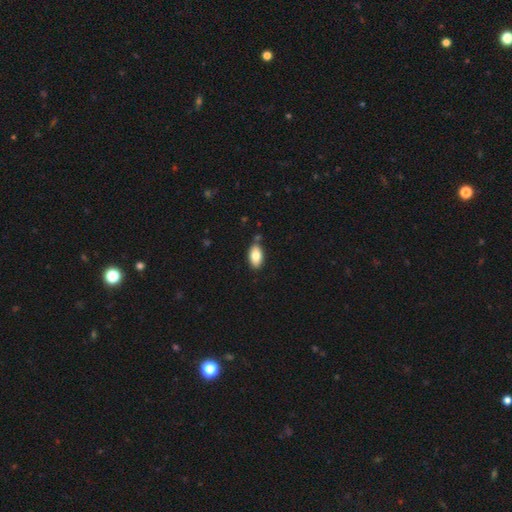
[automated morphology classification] smooth 82%, featured or disk 11%, star or artifact 7%. Down the decision tree: how rounded — in between (93%); merging — none (79%).